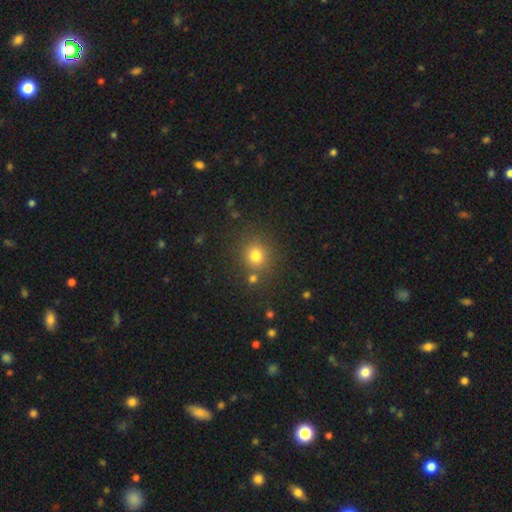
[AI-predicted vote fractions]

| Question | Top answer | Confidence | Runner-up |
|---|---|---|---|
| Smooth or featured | smooth | 77% | star or artifact (16%) |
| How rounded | round | 86% | in between (13%) |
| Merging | none | 78% | minor disturbance (9%) |